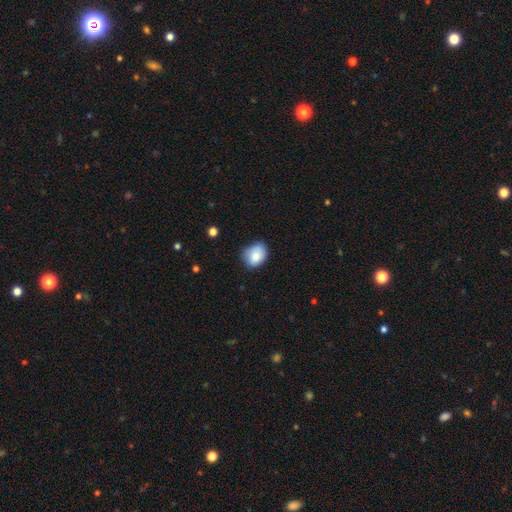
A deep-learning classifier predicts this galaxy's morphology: A smooth galaxy with no disk features (81%) that is in between round and cigar-shaped (53%). Merging: none (63%).